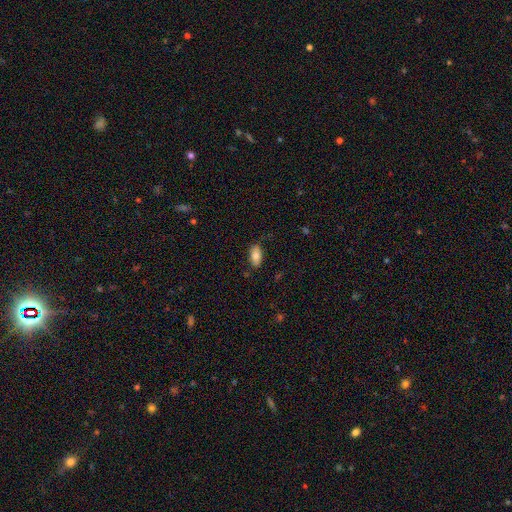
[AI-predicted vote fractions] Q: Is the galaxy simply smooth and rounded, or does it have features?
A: smooth — 78%.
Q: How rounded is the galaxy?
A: in between — 92%.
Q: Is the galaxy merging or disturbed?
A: none — 82%.